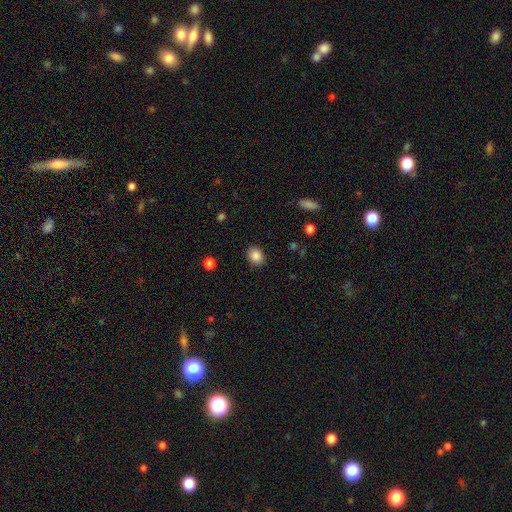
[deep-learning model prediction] Overall: smooth (86%). How rounded: in between (50%; round 49%). Merging: none (88%).